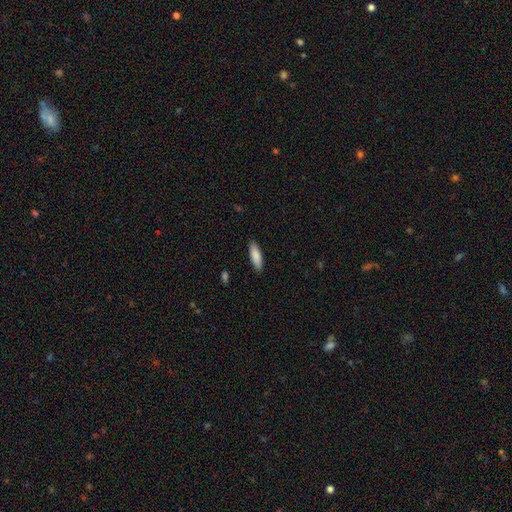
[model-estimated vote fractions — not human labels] Smooth or featured?
  - smooth: 87% *
  - featured or disk: 7%
  - star or artifact: 6%
How rounded?
  - in between: 50% *
  - cigar-shaped: 49%
  - round: 1%
Merging?
  - none: 89% *
  - minor disturbance: 8%
  - major disturbance: 2%
  - merger: 1%